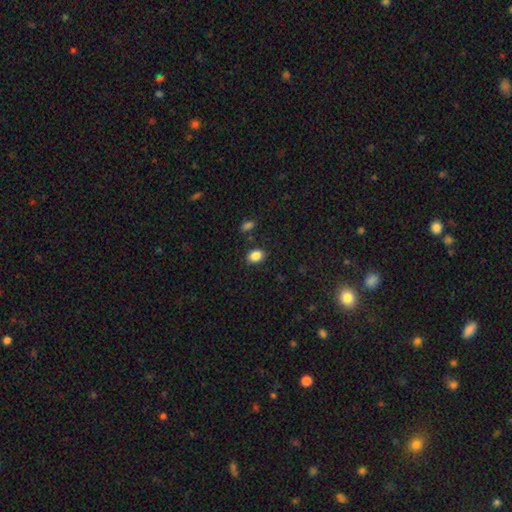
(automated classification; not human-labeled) This is clearly a smooth galaxy (86%). How rounded: likely in between (68%). Merging: clearly none (84%).